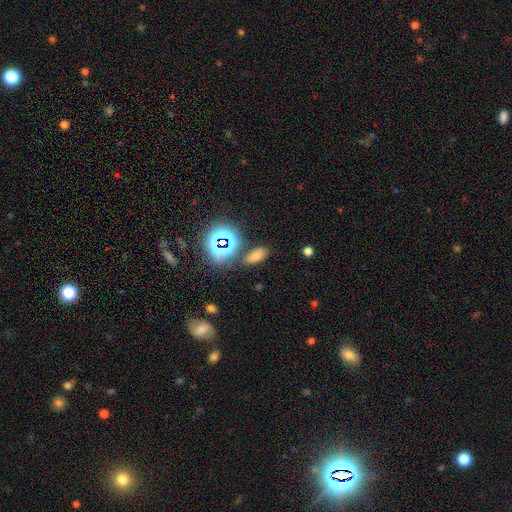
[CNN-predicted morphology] This appears to be a smooth galaxy with no disk features (63%) that is in between round and cigar-shaped (85%). Merging: none (78%).